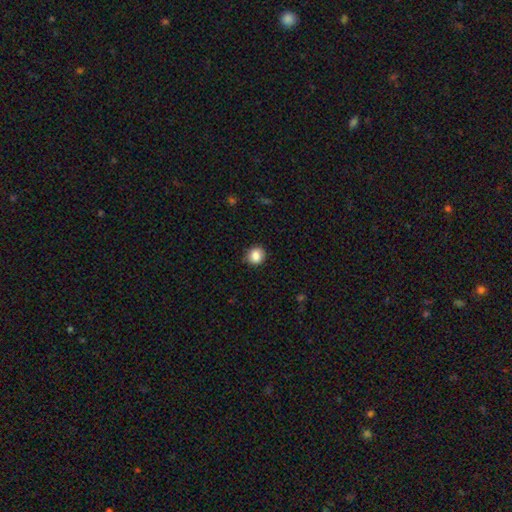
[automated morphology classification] Overall: smooth (86%). How rounded: round (81%). Merging: none (86%).